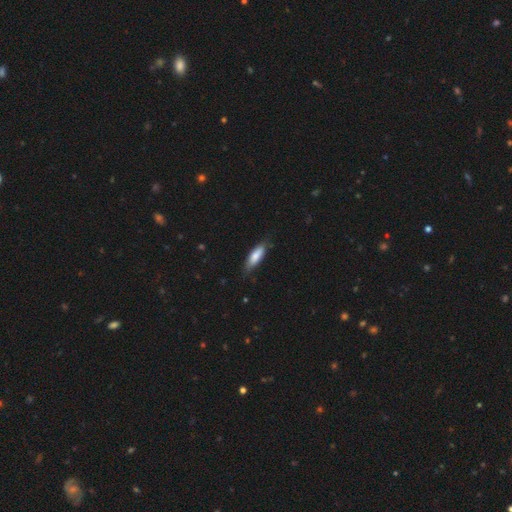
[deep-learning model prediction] Overall: smooth (79%). How rounded: in between (51%; cigar-shaped 47%). Merging: none (75%).